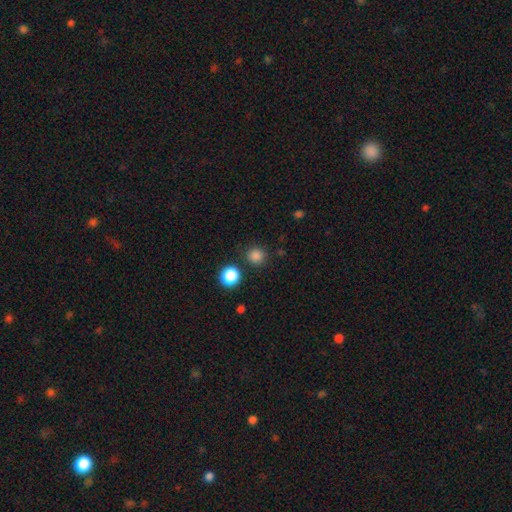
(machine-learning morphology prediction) This appears to be a smooth galaxy with no disk features (83%) that is round (93%). Merging: none (86%).